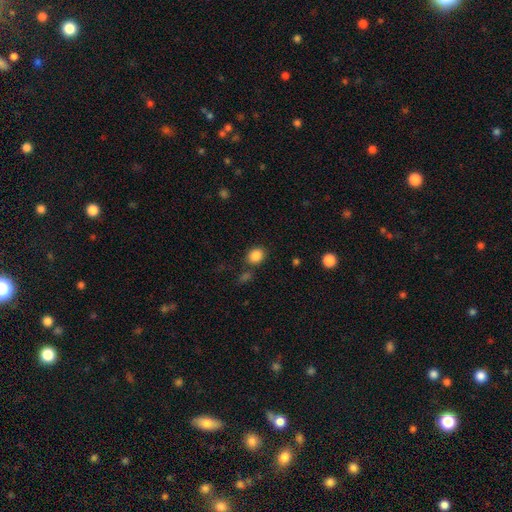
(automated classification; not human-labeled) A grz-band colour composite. It shows a smooth galaxy with no disk features (86%) that is round (56%). Merging: none (78%).